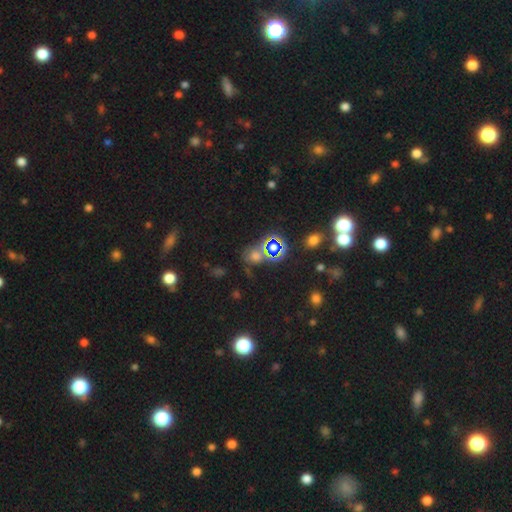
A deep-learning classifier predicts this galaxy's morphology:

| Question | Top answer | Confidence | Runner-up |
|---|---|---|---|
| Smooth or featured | star or artifact | 49% | smooth (41%) |